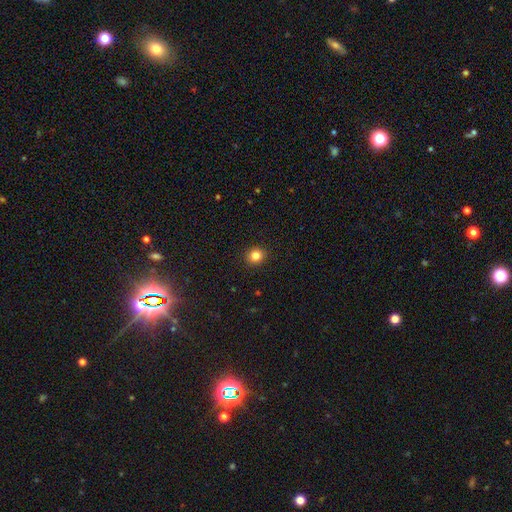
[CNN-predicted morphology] A smooth galaxy with no disk features (83%) that is round (85%). Merging: none (92%).